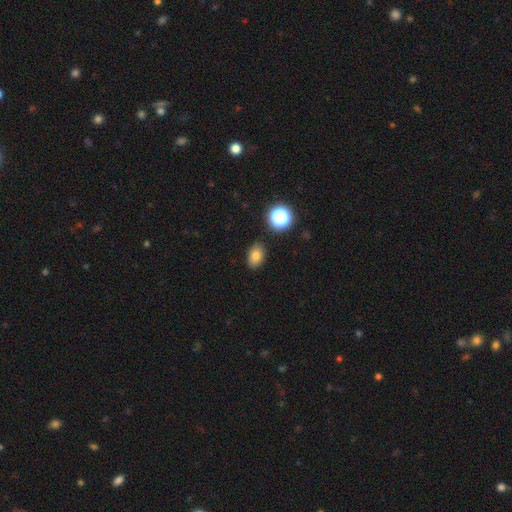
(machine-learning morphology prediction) Smooth or featured? Predicted: smooth (p=0.81). How rounded? Predicted: in between (p=0.79). Merging? Predicted: none (p=0.85).